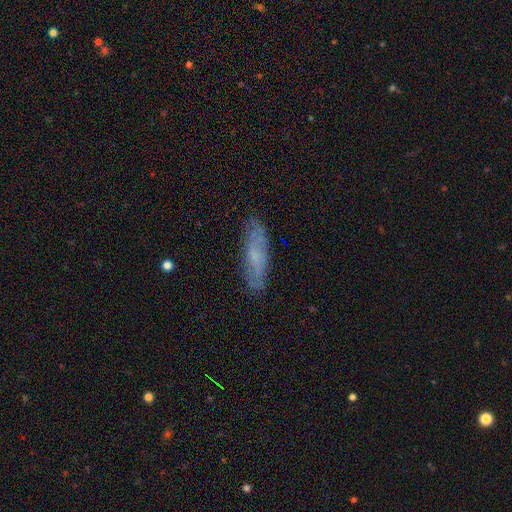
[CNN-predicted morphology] The model was most divided on "smooth or featured": featured or disk: 47%, smooth: 44%, star or artifact: 8%. More confident: merging — none (80%).